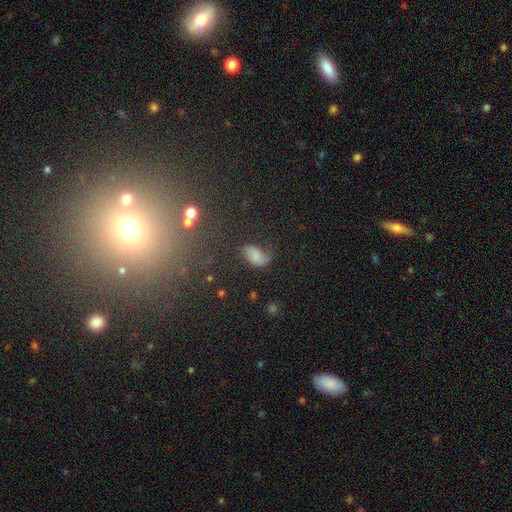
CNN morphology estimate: This appears to be a smooth galaxy with no disk features (56%) that is in between round and cigar-shaped (89%). Merging: none (41%).